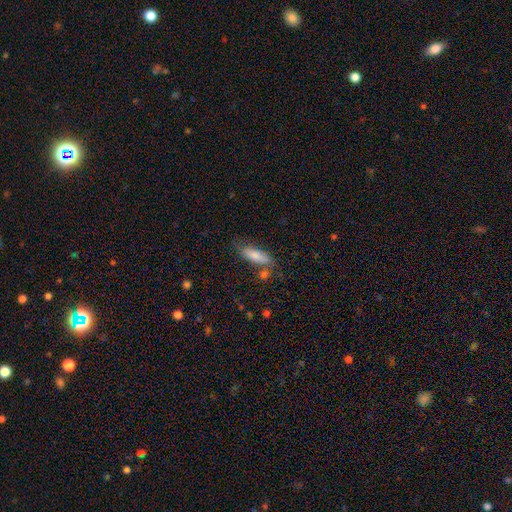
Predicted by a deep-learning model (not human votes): Morphology: type=smooth (78%); roundness=in between (54%); merging=none (65%).